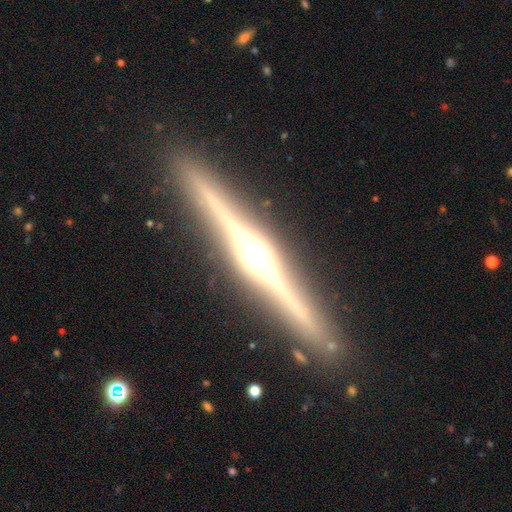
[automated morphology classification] smooth_or_featured: featured or disk (p=0.88) [alt: smooth p=0.07]
disk_edge_on: yes (p=0.98) [alt: no p=0.02]
edge_on_bulge: rounded (p=0.85) [alt: boxy p=0.11]
merging: none (p=0.92) [alt: minor disturbance p=0.06]